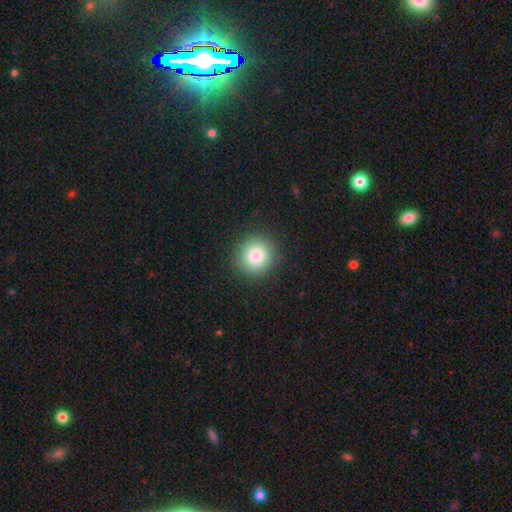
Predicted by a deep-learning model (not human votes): Smooth or featured: smooth — 84% (star or artifact — 10%)
How rounded: round — 92% (in between — 7%)
Merging: none — 90% (minor disturbance — 7%)